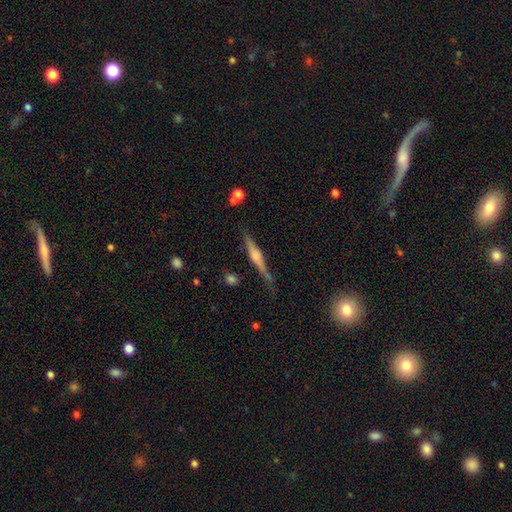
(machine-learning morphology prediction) The model was most divided on "smooth or featured": featured or disk: 64%, smooth: 30%, star or artifact: 7%. More confident: edge-on disk — yes (96%); merging — none (73%); edge-on bulge — rounded (72%).